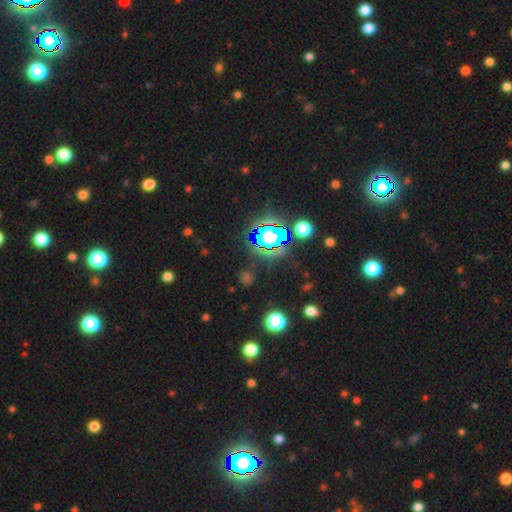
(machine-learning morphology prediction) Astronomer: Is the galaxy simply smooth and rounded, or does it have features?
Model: star or artifact — 82%.